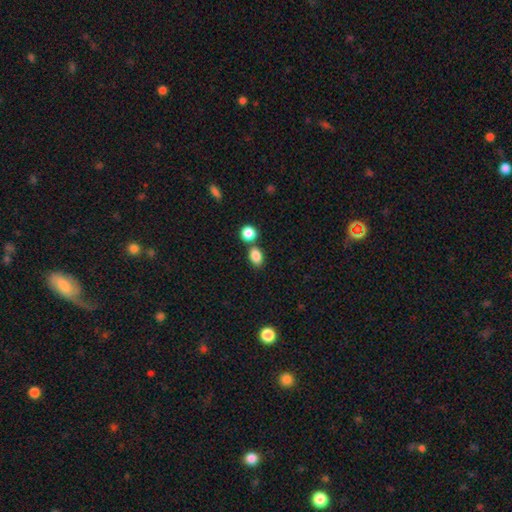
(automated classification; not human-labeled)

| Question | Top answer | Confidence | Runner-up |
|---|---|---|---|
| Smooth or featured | smooth | 85% | star or artifact (10%) |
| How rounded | in between | 72% | round (27%) |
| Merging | none | 63% | merger (24%) |